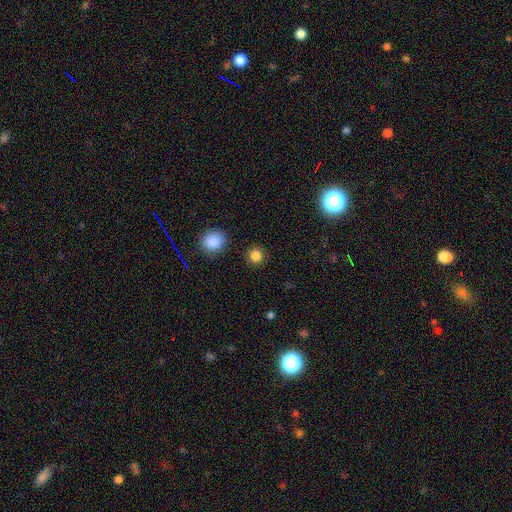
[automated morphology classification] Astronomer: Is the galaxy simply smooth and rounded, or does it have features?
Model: smooth — 83%.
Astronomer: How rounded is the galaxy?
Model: round — 92%.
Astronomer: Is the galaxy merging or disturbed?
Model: none — 90%.